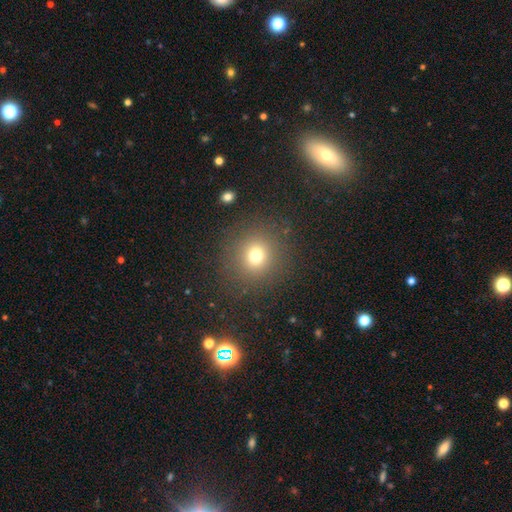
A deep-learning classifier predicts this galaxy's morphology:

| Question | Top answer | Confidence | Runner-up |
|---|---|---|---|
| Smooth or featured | smooth | 72% | star or artifact (19%) |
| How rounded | round | 90% | in between (9%) |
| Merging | none | 87% | minor disturbance (7%) |